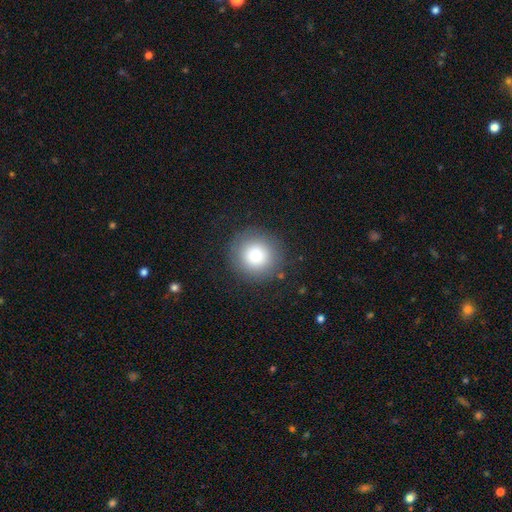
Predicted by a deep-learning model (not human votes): This is clearly a smooth galaxy (83%). How rounded: clearly round (95%). Merging: clearly none (87%).